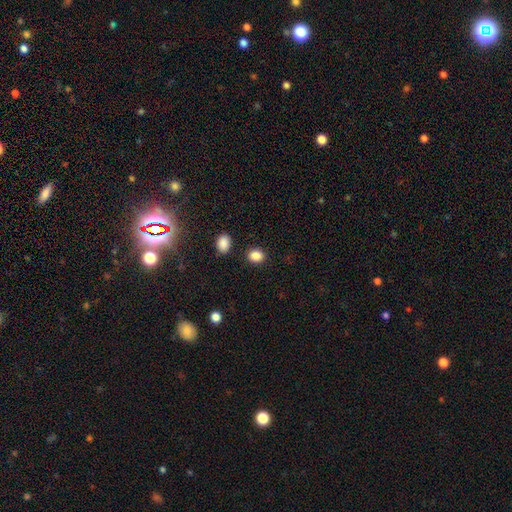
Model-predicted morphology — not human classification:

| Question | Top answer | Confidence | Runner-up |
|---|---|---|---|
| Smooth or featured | smooth | 87% | star or artifact (9%) |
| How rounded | round | 53% | in between (46%) |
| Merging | none | 87% | minor disturbance (7%) |